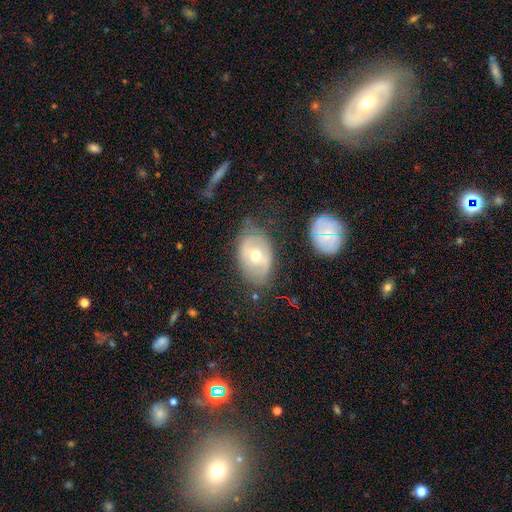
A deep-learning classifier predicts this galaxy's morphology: type=featured or disk (57%); edge-on=no (92%); bar=no (45%); spiral arms=yes (54%); bulge=moderate (62%); merging=none (63%).